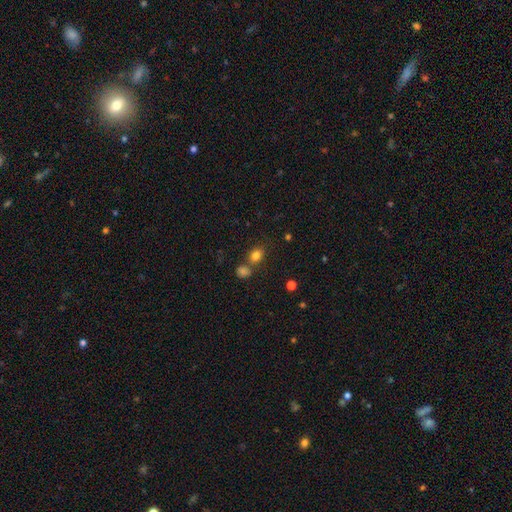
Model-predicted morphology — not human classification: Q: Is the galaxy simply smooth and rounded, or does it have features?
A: smooth — 81%.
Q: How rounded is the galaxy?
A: in between — 55%.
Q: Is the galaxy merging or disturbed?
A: none — 63%.